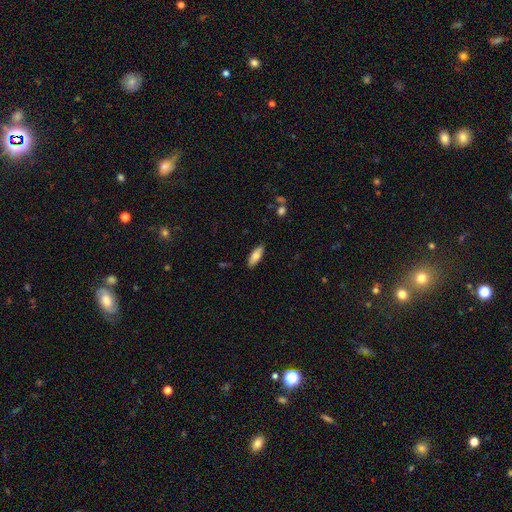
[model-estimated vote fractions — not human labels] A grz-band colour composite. It shows a smooth galaxy with no disk features (75%) that is in between round and cigar-shaped (72%). Merging: none (87%).